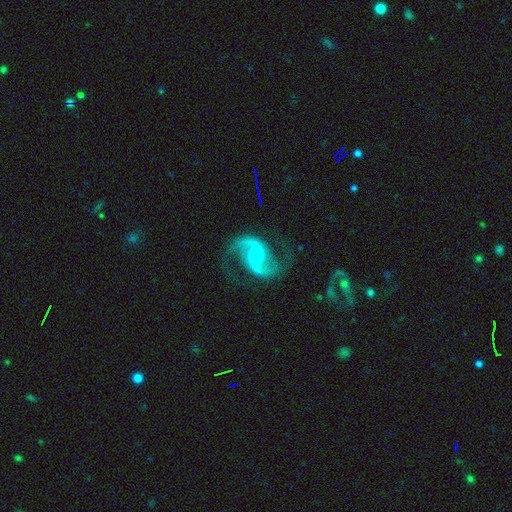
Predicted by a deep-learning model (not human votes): Smooth or featured? featured or disk (92%)
Edge-on disk? no (98%)
Bar? weak (45%)
Spiral arms? yes (98%)
Spiral winding? medium (50%)
Spiral arm count? 2 (94%)
Bulge size? moderate (68%)
Merging? none (75%)